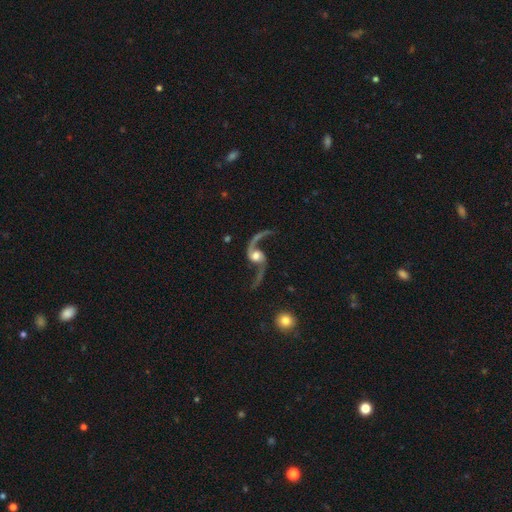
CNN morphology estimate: A featured or disk galaxy (92%) with no bar (60%), 2 (94%) loose (90%) spiral arms (98%) and a moderate central bulge (56%).

Vote fractions:
- Smooth or featured? featured or disk: 92% / star or artifact: 4% / smooth: 4%
- Edge-on disk? no: 96% / yes: 4%
- Bar? no: 60% / weak: 28% / strong: 12%
- Spiral arms? yes: 98% / no: 2%
- Spiral winding? loose: 90% / medium: 8% / tight: 2%
- Spiral arm count? 2: 94% / 1: 2% / can't tell: 1% / 3: 1% / 4: 1% / more than 4: 1%
- Bulge size? moderate: 56% / large: 25% / small: 13% / dominant: 4% / none: 3%
- Merging? none: 74% / minor disturbance: 13% / major disturbance: 10% / merger: 4%